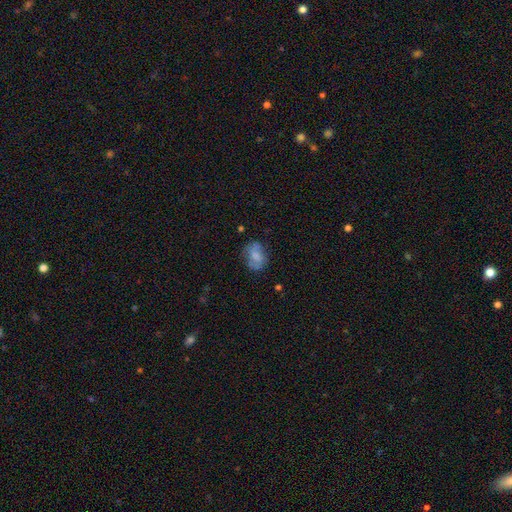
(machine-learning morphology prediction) A smooth galaxy with no disk features (56%) that is in between round and cigar-shaped (67%).

Vote fractions:
- Smooth or featured? smooth: 56% / featured or disk: 34% / star or artifact: 9%
- How rounded? in between: 67% / round: 32% / cigar-shaped: 2%
- Merging? none: 54% / minor disturbance: 27% / major disturbance: 16% / merger: 4%